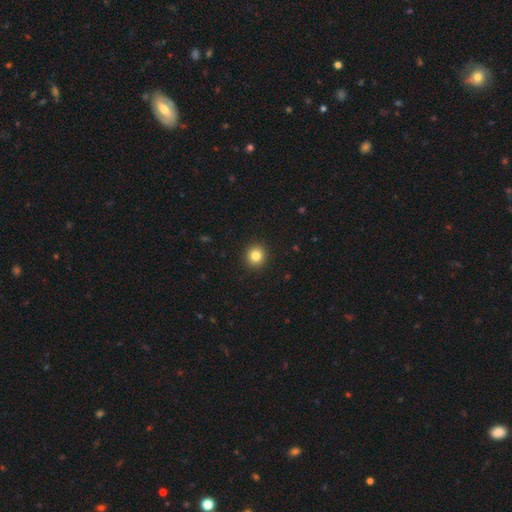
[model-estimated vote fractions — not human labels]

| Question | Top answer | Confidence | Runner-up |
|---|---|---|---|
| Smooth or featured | smooth | 83% | star or artifact (11%) |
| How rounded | round | 91% | in between (8%) |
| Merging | none | 93% | minor disturbance (5%) |